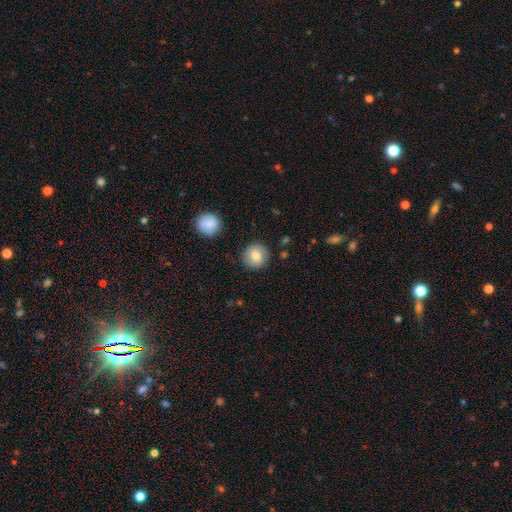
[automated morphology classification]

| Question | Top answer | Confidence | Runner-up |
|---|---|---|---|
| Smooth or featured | smooth | 83% | featured or disk (9%) |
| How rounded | round | 91% | in between (8%) |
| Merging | none | 88% | minor disturbance (7%) |